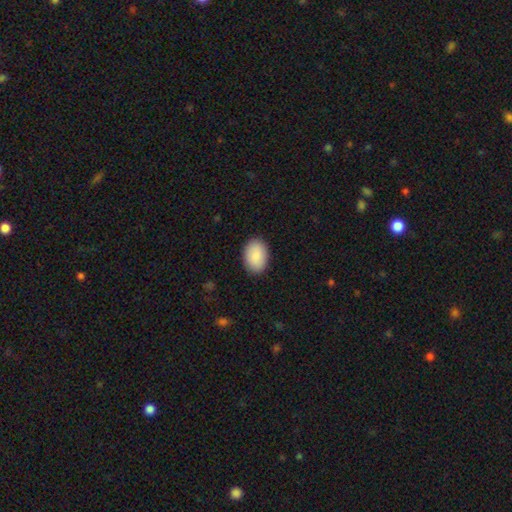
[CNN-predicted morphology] Smooth or featured?
  - smooth: 90% *
  - star or artifact: 6%
  - featured or disk: 5%
How rounded?
  - in between: 86% *
  - round: 13%
  - cigar-shaped: 1%
Merging?
  - none: 88% *
  - minor disturbance: 9%
  - major disturbance: 2%
  - merger: 1%